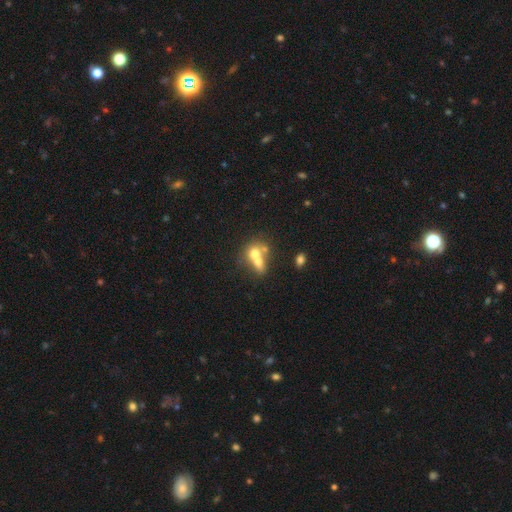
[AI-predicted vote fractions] Q: Smooth or featured?
A: smooth (62%); runner-up: featured or disk (26%)
Q: How rounded?
A: round (56%); runner-up: in between (41%)
Q: Merging?
A: merger (68%); runner-up: none (21%)